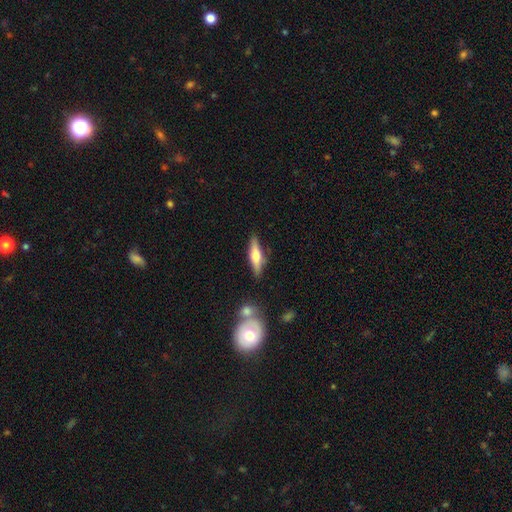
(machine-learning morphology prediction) This appears to be a featured or disk galaxy (48%). Merging: none (81%).